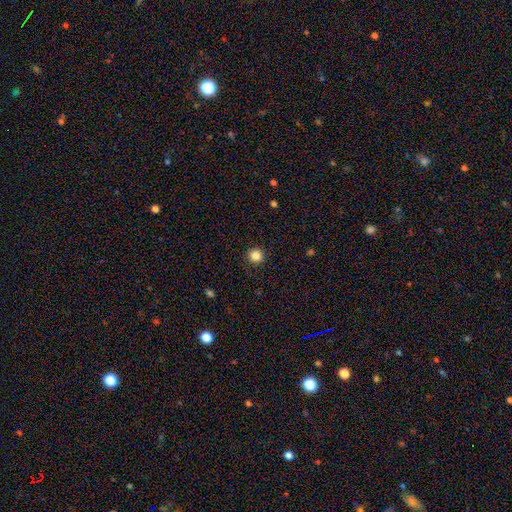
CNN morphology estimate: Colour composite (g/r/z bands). It shows a smooth galaxy with no disk features (85%) that is round (95%). Merging: none (92%).